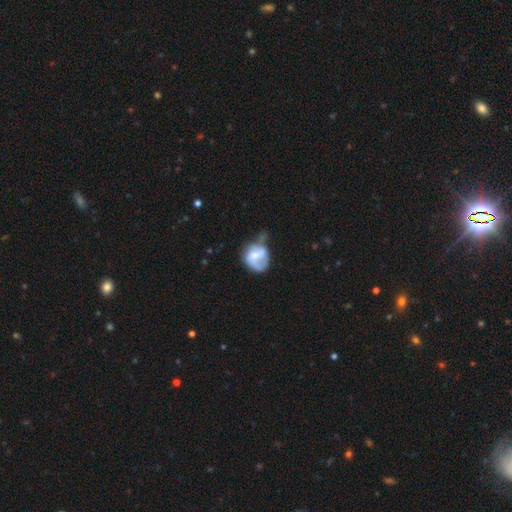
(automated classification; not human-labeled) This is possibly a smooth galaxy (47%). Merging: marginally minor disturbance (31%).